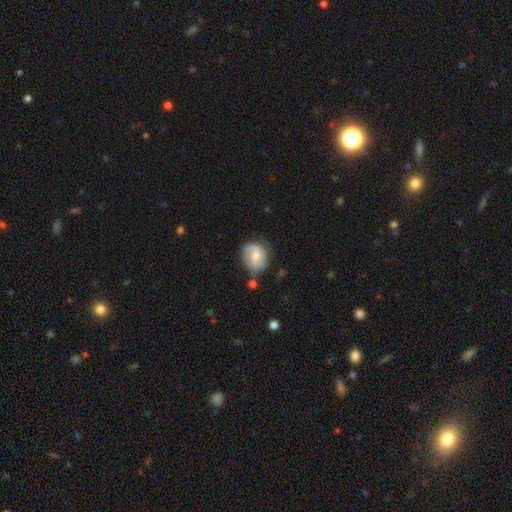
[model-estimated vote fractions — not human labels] featured or disk 57%, smooth 36%, star or artifact 7%. Down the decision tree: edge-on disk — no (97%); bar — no (48%); spiral arms — yes (85%); bulge size — moderate (51%); merging — none (62%).